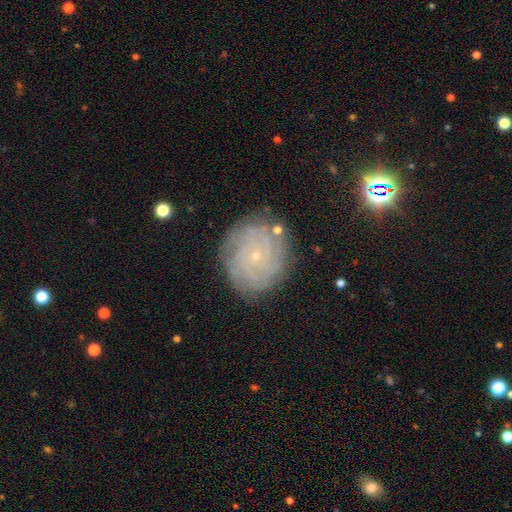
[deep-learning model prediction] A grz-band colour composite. It shows a featured or disk galaxy (77%) with no bar (82%), tight (80%) spiral arms (94%) and a small central bulge (88%). Merging: none (82%).